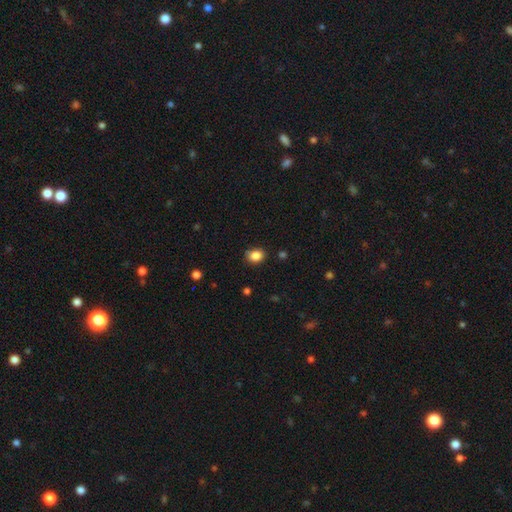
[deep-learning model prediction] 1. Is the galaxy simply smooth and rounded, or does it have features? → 86% smooth, 10% star or artifact, 5% featured or disk.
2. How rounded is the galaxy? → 56% in between, 43% round, 1% cigar-shaped.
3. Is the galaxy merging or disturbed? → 82% none, 14% minor disturbance, 3% major disturbance, 2% merger.